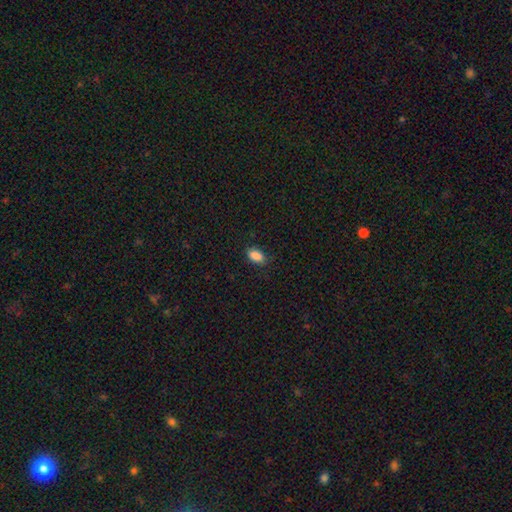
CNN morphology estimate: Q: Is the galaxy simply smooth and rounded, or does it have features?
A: smooth — 88%.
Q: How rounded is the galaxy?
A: in between — 90%.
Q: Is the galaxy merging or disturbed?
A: none — 85%.